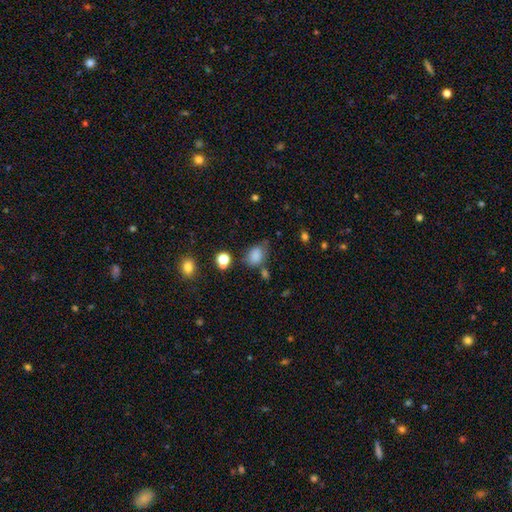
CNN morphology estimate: type=smooth (81%); roundness=in between (70%); merging=none (55%).